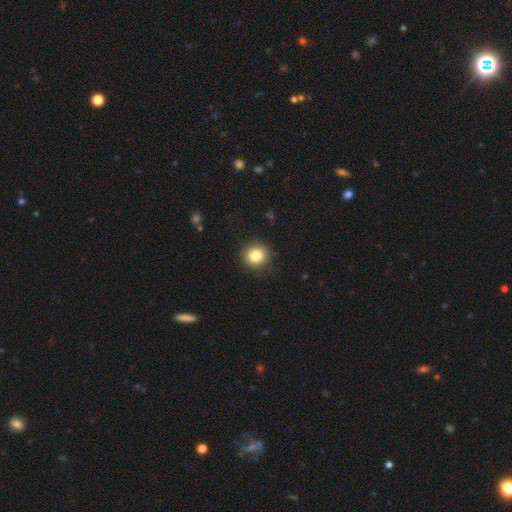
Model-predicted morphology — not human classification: type=smooth (83%); roundness=round (89%); merging=none (89%).